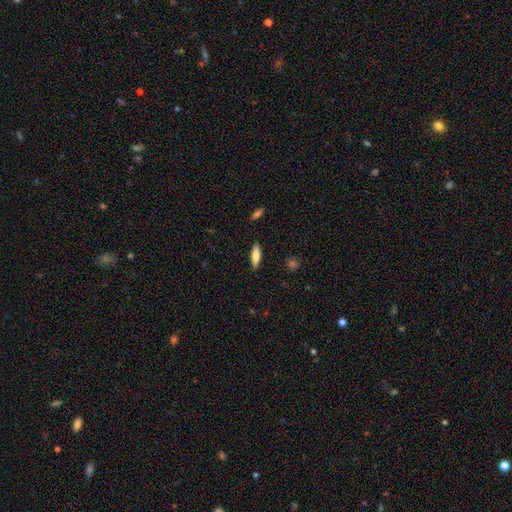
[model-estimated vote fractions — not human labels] Smooth or featured? Predicted: smooth (p=0.77). How rounded? Predicted: cigar-shaped (p=0.57). Merging? Predicted: none (p=0.88).